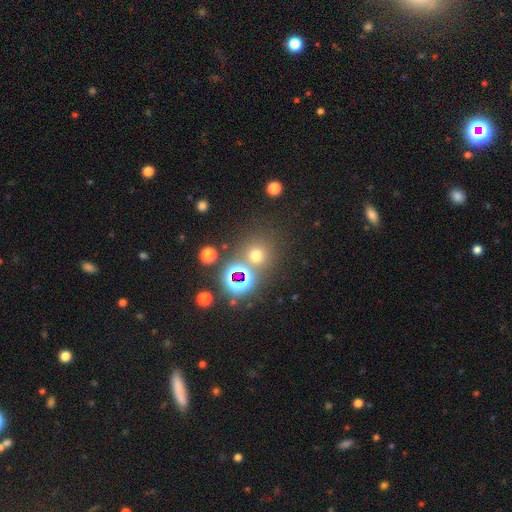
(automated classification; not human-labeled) Smooth or featured?
  - smooth: 60% *
  - star or artifact: 32%
  - featured or disk: 8%
How rounded?
  - round: 91% *
  - in between: 8%
  - cigar-shaped: 1%
Merging?
  - none: 76% *
  - merger: 12%
  - minor disturbance: 8%
  - major disturbance: 4%